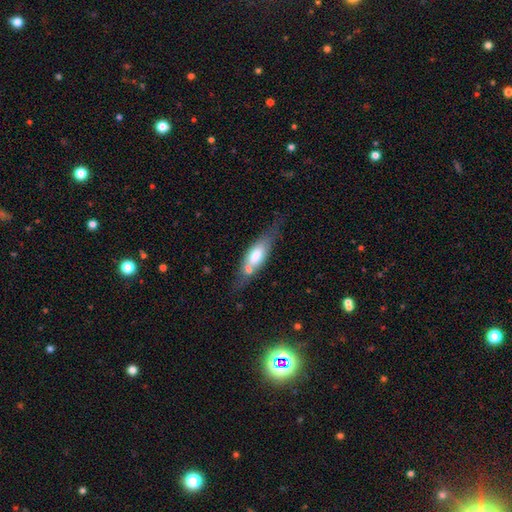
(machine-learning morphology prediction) type=smooth (54%); roundness=in between (55%); merging=none (58%).